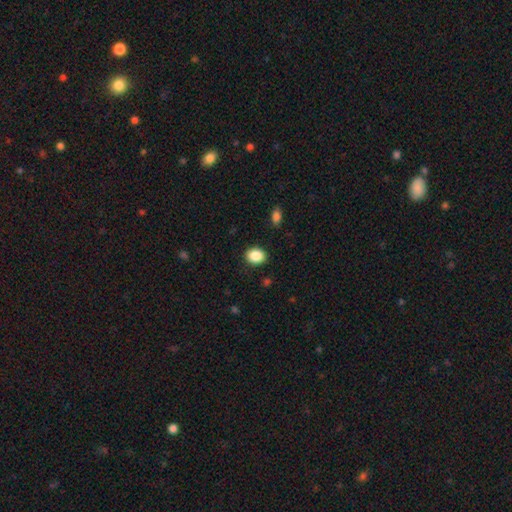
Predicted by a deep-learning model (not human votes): Q: Smooth or featured?
A: smooth (89%); runner-up: star or artifact (8%)
Q: How rounded?
A: in between (52%); runner-up: round (47%)
Q: Merging?
A: none (89%); runner-up: minor disturbance (8%)